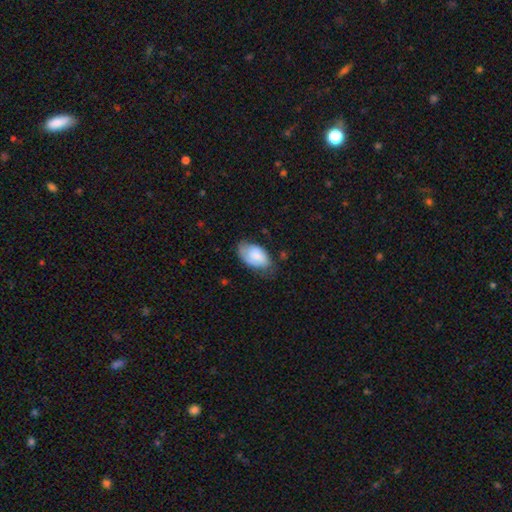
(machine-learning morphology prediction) smooth_or_featured: smooth (p=0.72) [alt: featured or disk p=0.22]
how_rounded: in between (p=0.93) [alt: round p=0.06]
merging: none (p=0.52) [alt: minor disturbance p=0.35]